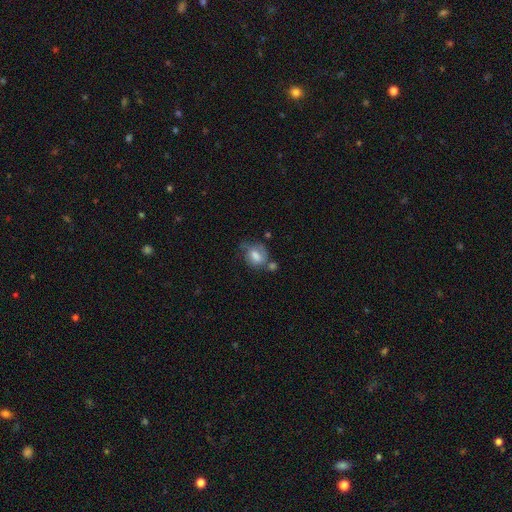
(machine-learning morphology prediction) Overall: smooth (63%; featured or disk 28%). How rounded: in between (60%; round 38%). Merging: none (34%; minor disturbance 26%).